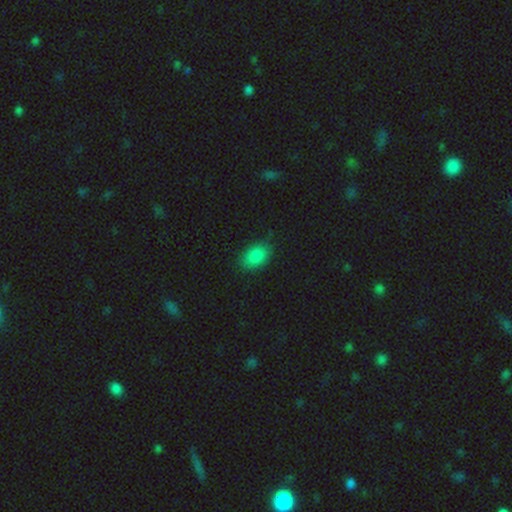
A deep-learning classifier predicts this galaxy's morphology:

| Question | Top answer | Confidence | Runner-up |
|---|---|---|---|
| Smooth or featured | smooth | 86% | star or artifact (9%) |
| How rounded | in between | 85% | round (13%) |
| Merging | none | 85% | minor disturbance (11%) |